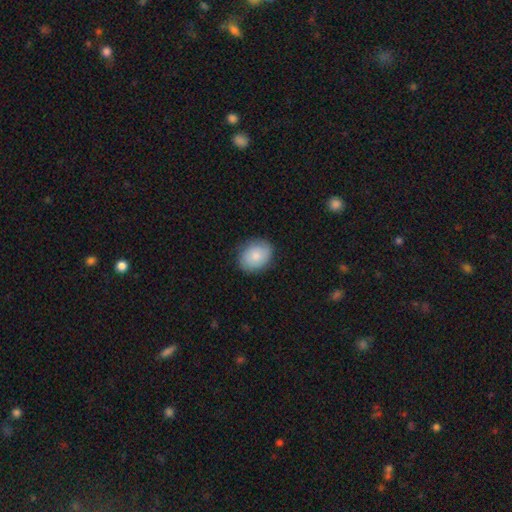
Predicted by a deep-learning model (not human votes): This is clearly a smooth galaxy (82%). How rounded: possibly in between (53%). Merging: clearly none (84%).